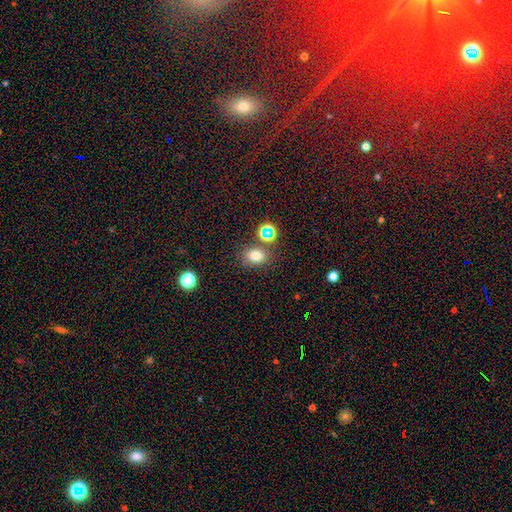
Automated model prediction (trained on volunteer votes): A smooth galaxy with no disk features (74%) that is in between round and cigar-shaped (55%).

Vote fractions:
- Smooth or featured? smooth: 74% / star or artifact: 18% / featured or disk: 8%
- How rounded? in between: 55% / round: 44% / cigar-shaped: 1%
- Merging? none: 73% / minor disturbance: 12% / merger: 11% / major disturbance: 4%